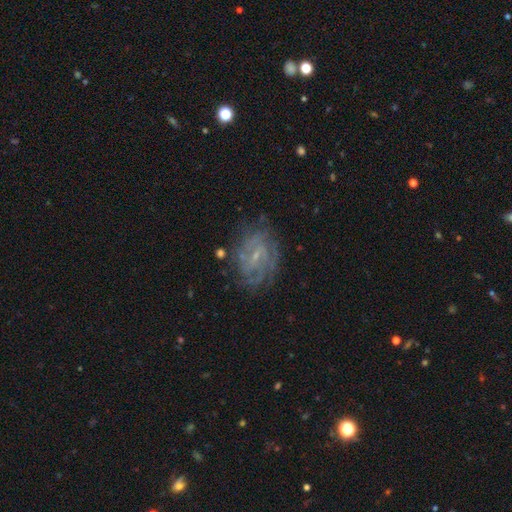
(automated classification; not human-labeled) This appears to be a featured or disk galaxy (76%) with a weak bar (51%), tight (55%) spiral arms (86%) and a small central bulge (74%). Merging: none (71%).